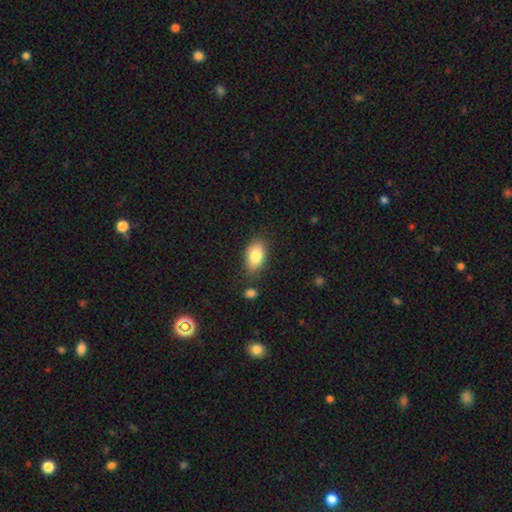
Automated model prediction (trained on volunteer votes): A smooth galaxy with no disk features (83%) that is in between round and cigar-shaped (91%). Merging: none (79%).